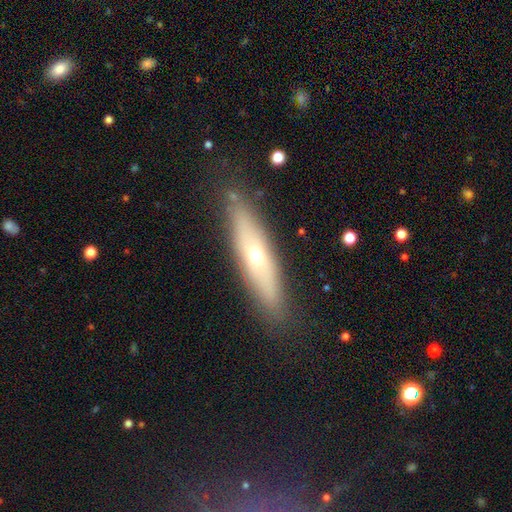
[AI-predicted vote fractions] Smooth or featured? featured or disk (48%)
Merging? none (84%)